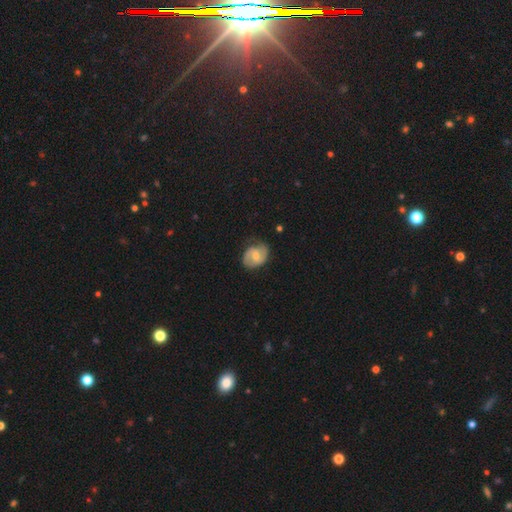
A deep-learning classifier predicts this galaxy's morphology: This is likely a featured or disk galaxy (68%). It is clearly not viewed edge-on (97%). Bar: possibly weak (50%). Spiral arm pattern: clearly yes (90%). Spiral arm count: clearly 2 (85%). Spiral winding: possibly medium (49%). Central bulge: possibly moderate (49%). Merging: likely none (74%).